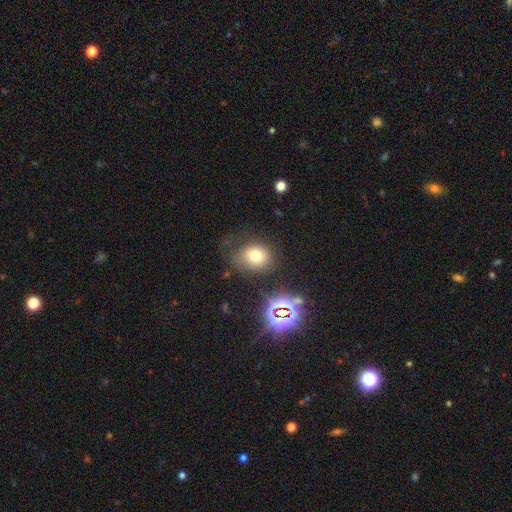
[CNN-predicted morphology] A smooth galaxy with no disk features (71%) that is round (58%).

Vote fractions:
- Smooth or featured? smooth: 71% / star or artifact: 17% / featured or disk: 12%
- How rounded? round: 58% / in between: 41% / cigar-shaped: 1%
- Merging? none: 64% / minor disturbance: 21% / major disturbance: 12% / merger: 4%